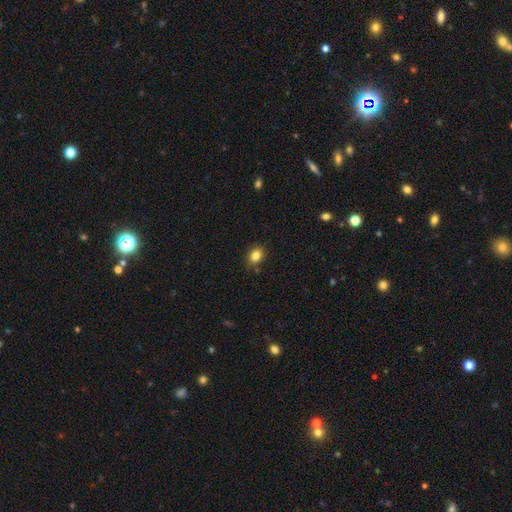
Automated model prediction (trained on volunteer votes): smooth-or-featured: smooth: 84% | star or artifact: 10% | featured or disk: 6%
  how-rounded: in between: 57% | round: 42% | cigar-shaped: 1%
  merging: none: 82% | minor disturbance: 13% | major disturbance: 3% | merger: 2%